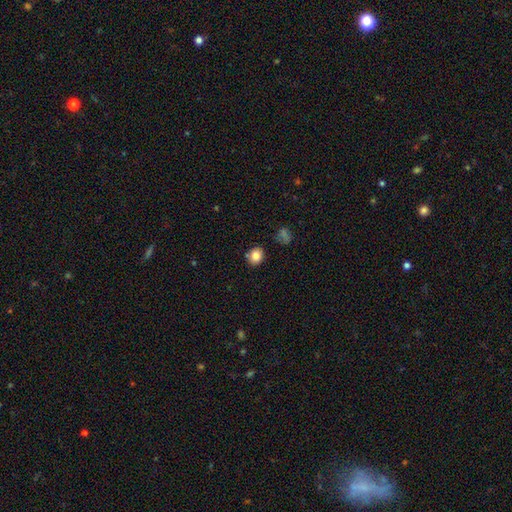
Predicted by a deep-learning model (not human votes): A smooth galaxy with no disk features (82%) that is round (67%). Merging: none (81%).